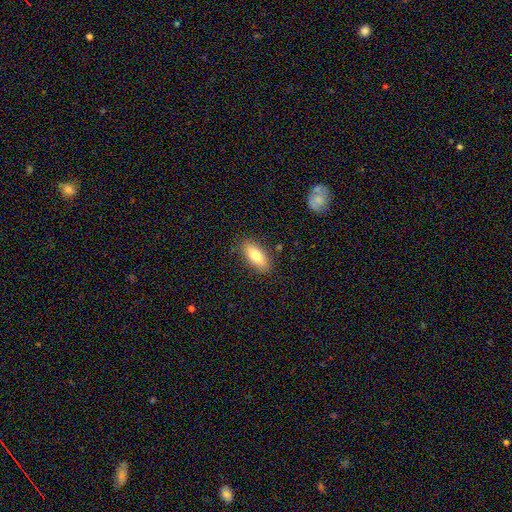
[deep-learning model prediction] Overall: smooth (75%). How rounded: in between (78%). Merging: none (85%).